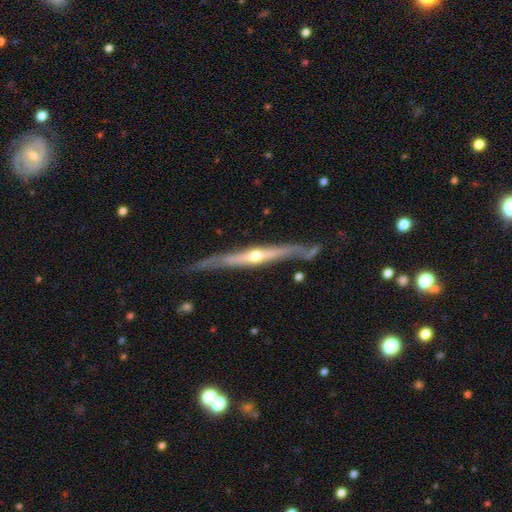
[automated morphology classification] featured or disk 80%, smooth 16%, star or artifact 5%. Down the decision tree: edge-on disk — yes (94%); edge-on bulge — rounded (85%); merging — none (67%).